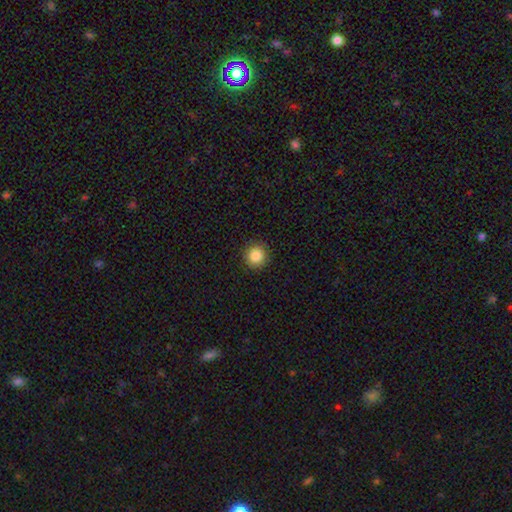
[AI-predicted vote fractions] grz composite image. It shows a smooth galaxy with no disk features (86%) that is round (94%). Merging: none (91%).